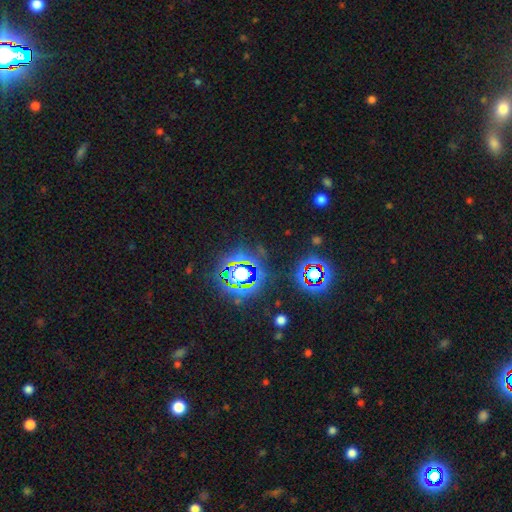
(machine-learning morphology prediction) star or artifact 83%, smooth 10%, featured or disk 7%.